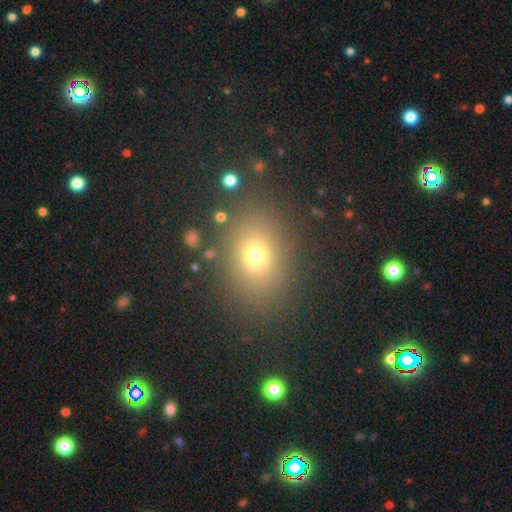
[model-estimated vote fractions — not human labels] A smooth galaxy with no disk features (70%) that is in between round and cigar-shaped (55%).

Vote fractions:
- Smooth or featured? smooth: 70% / star or artifact: 19% / featured or disk: 11%
- How rounded? in between: 55% / round: 43% / cigar-shaped: 1%
- Merging? none: 84% / minor disturbance: 9% / major disturbance: 4% / merger: 2%